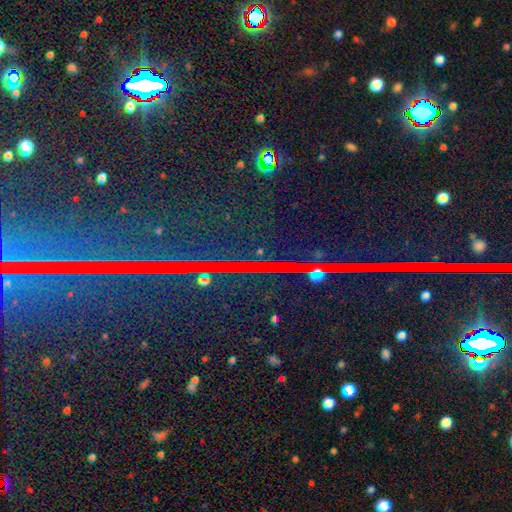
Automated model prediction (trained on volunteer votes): Morphology: type=star or artifact (84%).